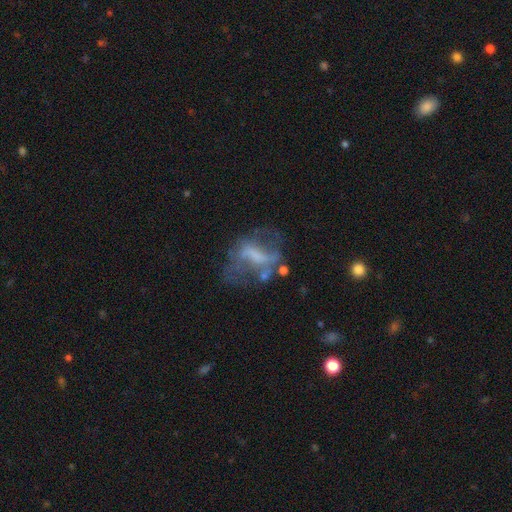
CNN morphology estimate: Overall: featured or disk (63%; smooth 24%). Edge-on disk: no (95%). Bar: no (34%, tied with weak). Spiral arms: no (54%; yes 46%). Bulge size: none (48%; moderate 22%). Merging: none (40%; major disturbance 32%).